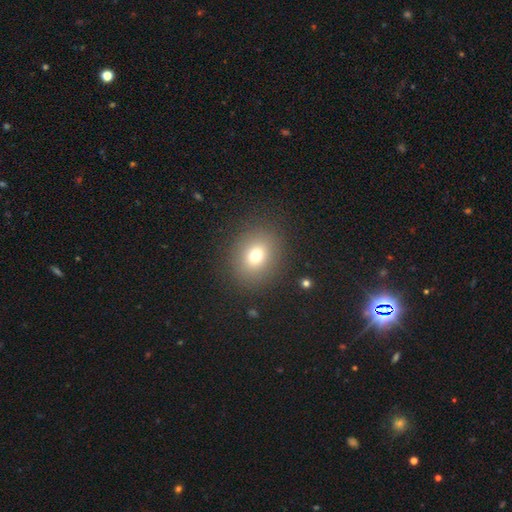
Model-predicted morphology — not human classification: Overall: smooth (73%). How rounded: round (72%). Merging: none (87%).